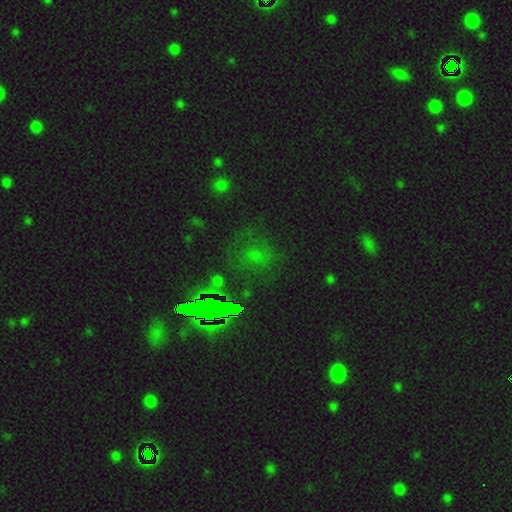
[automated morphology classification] Smooth or featured: star or artifact — 56% (smooth — 32%)